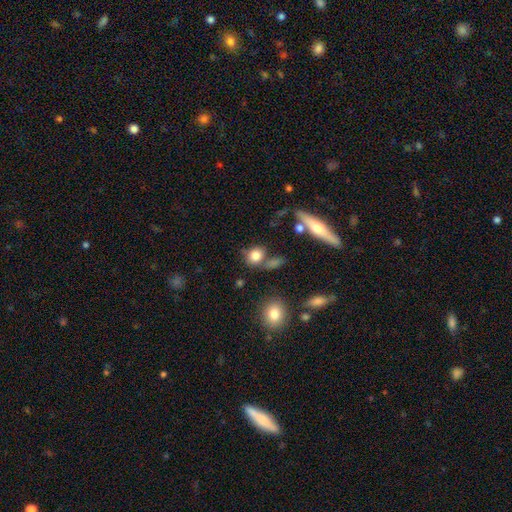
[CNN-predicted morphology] This is clearly a smooth galaxy (80%). How rounded: likely round (68%). Merging: likely none (61%).